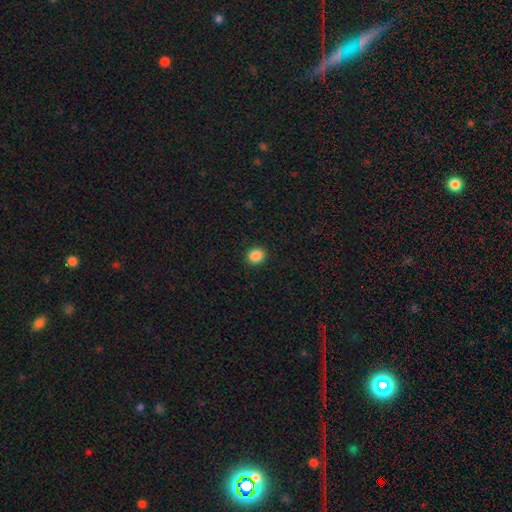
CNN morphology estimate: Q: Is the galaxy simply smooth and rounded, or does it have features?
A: smooth — 87%.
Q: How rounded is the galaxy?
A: round — 80%.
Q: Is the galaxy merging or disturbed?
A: none — 92%.